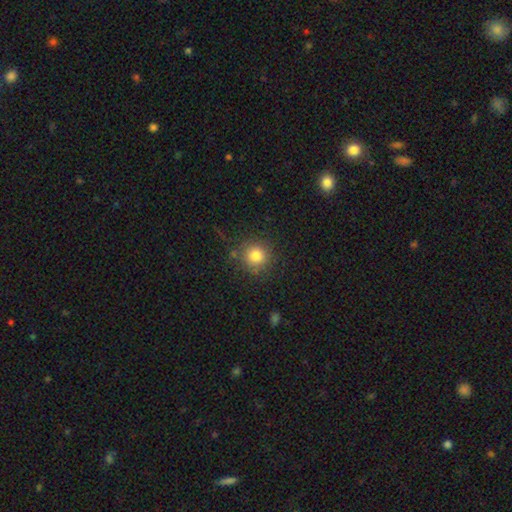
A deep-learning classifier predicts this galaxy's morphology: Q: Smooth or featured?
A: smooth (81%); runner-up: star or artifact (13%)
Q: How rounded?
A: round (93%); runner-up: in between (6%)
Q: Merging?
A: none (83%); runner-up: minor disturbance (10%)